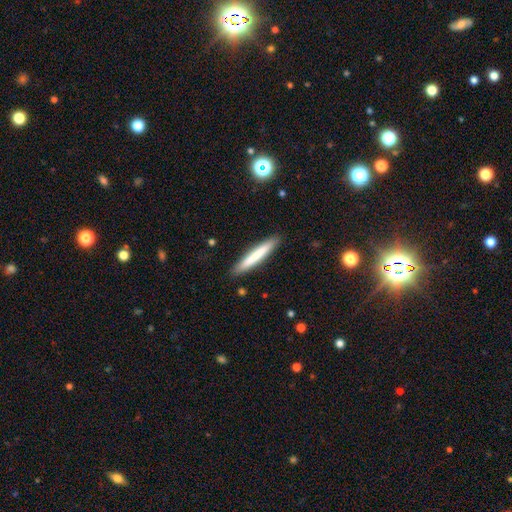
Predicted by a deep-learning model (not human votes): smooth 72%, featured or disk 22%, star or artifact 6%. Down the decision tree: how rounded — cigar-shaped (94%); merging — none (90%).